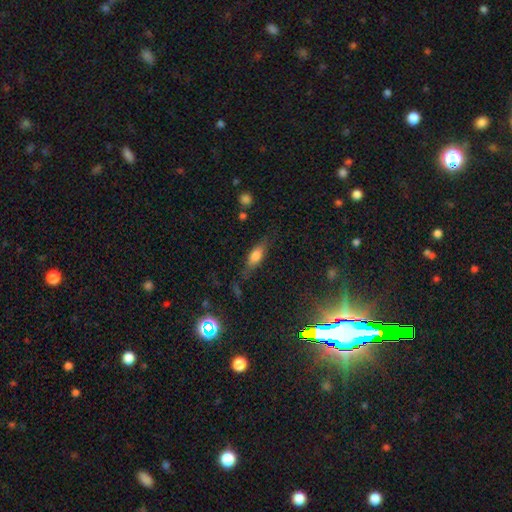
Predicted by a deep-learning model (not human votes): Morphology: type=smooth (63%); roundness=in between (62%); merging=none (71%).